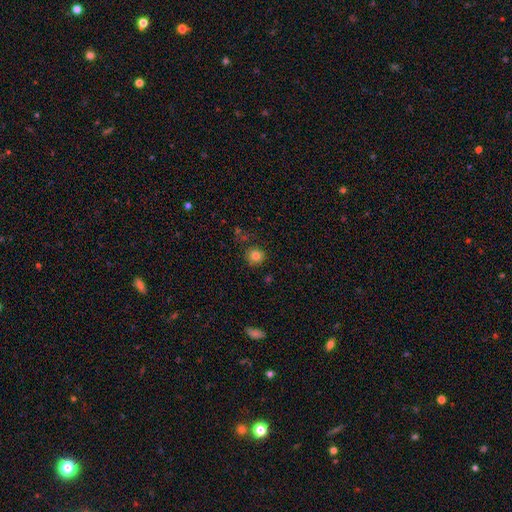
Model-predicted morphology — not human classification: This appears to be a smooth galaxy with no disk features (83%) that is round (92%). Merging: none (81%).